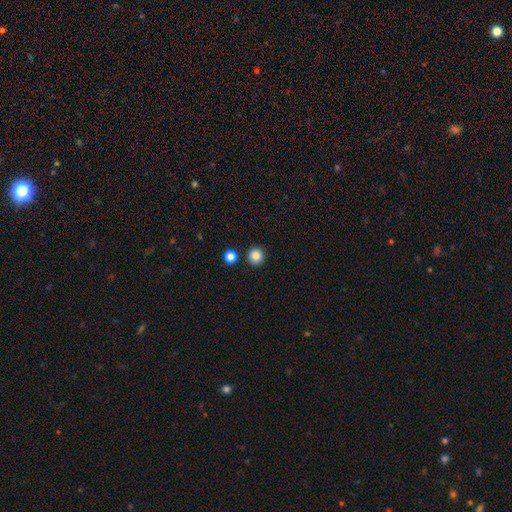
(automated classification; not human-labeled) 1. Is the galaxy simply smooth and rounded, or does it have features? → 86% smooth, 11% star or artifact, 3% featured or disk.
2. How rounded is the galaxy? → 94% round, 5% in between, 1% cigar-shaped.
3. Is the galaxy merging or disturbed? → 89% none, 5% minor disturbance, 4% merger, 2% major disturbance.